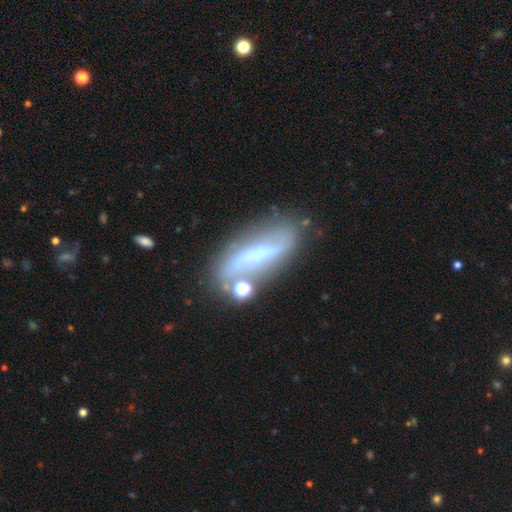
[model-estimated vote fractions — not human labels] The model was most divided on "bulge size": small: 36%, none: 35%, moderate: 19%, large: 7%, dominant: 3%. Remaining: edge-on disk — no (82%); spiral arms — yes (73%); smooth or featured — featured or disk (63%); merging — none (56%); bar — strong (36%).